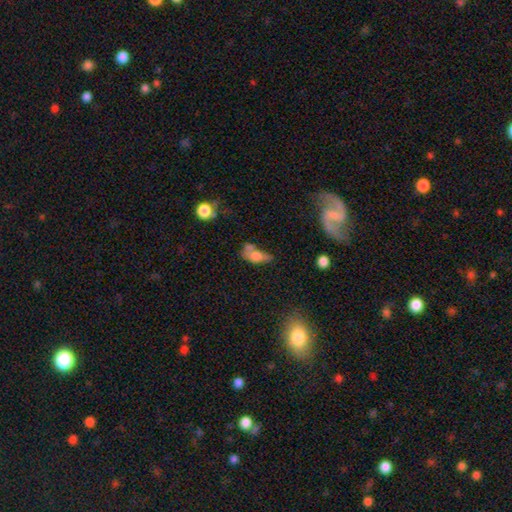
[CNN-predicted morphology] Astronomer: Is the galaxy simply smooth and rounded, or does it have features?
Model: smooth — 61%.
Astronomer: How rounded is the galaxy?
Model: in between — 79%.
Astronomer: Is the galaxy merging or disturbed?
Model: merger — 34% (runner-up: none, 25%).